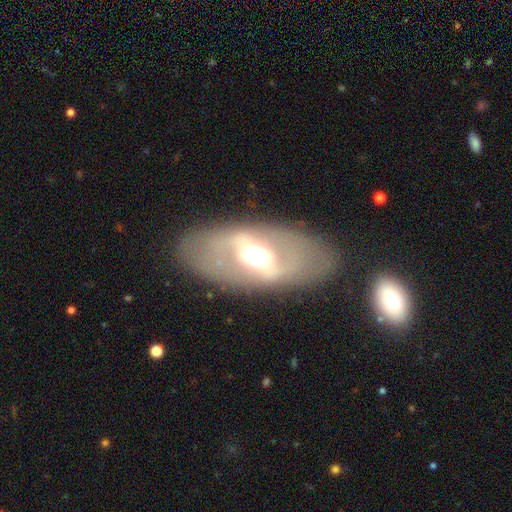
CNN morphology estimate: Smooth or featured? Predicted: featured or disk (p=0.66). Edge-on disk? Predicted: no (p=0.83). Bar? Predicted: strong (p=0.43). Spiral arms? Predicted: no (p=0.64). Bulge size? Predicted: moderate (p=0.54). Merging? Predicted: none (p=0.80).